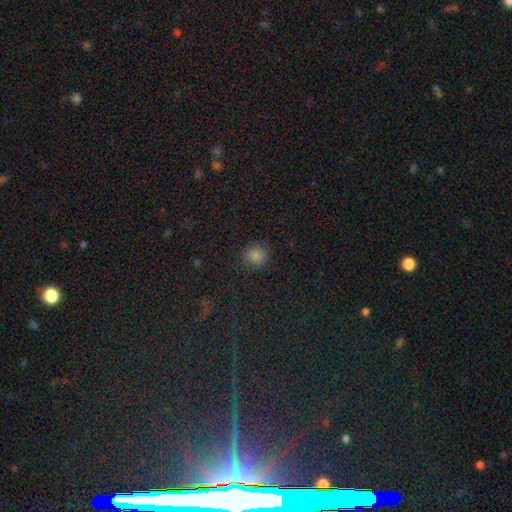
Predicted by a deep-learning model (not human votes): Smooth or featured? Predicted: smooth (p=0.81). How rounded? Predicted: round (p=0.82). Merging? Predicted: none (p=0.84).